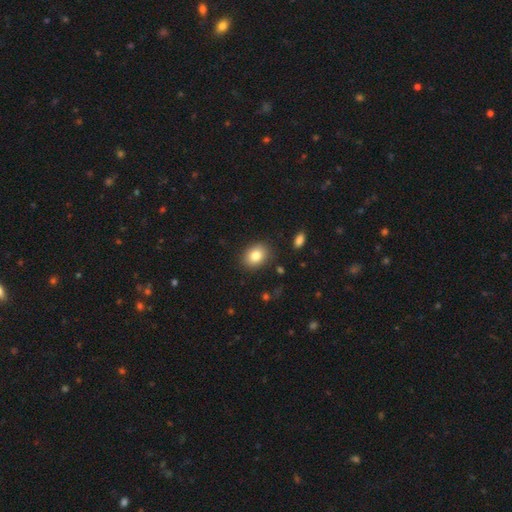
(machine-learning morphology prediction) smooth-or-featured: smooth: 82% | star or artifact: 9% | featured or disk: 9%
  how-rounded: in between: 61% | round: 38% | cigar-shaped: 1%
  merging: none: 86% | minor disturbance: 10% | major disturbance: 3% | merger: 2%